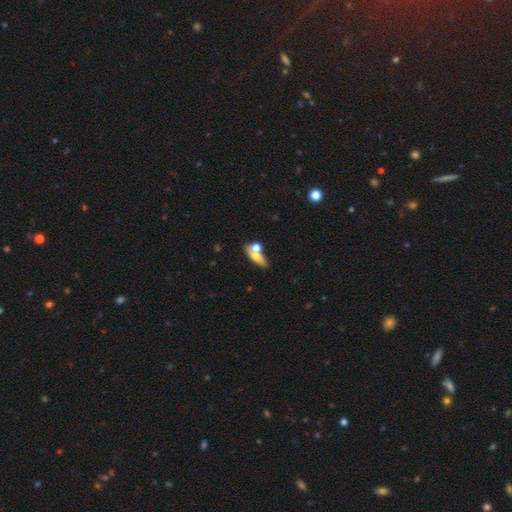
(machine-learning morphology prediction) smooth_or_featured: smooth (p=0.60) [alt: featured or disk p=0.31]
how_rounded: in between (p=0.60) [alt: cigar-shaped p=0.25]
merging: none (p=0.43) [alt: merger p=0.39]